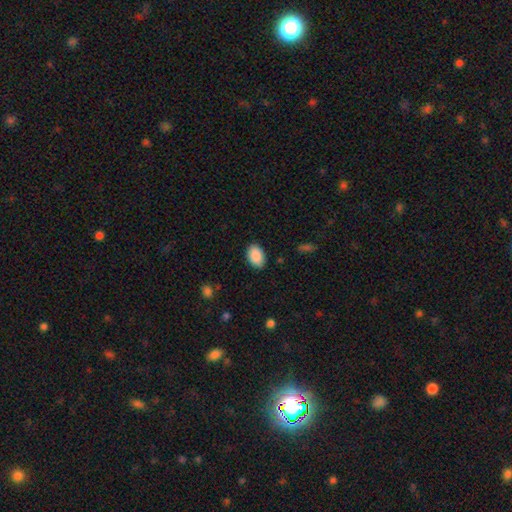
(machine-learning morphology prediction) A smooth galaxy with no disk features (90%) that is in between round and cigar-shaped (89%).

Vote fractions:
- Smooth or featured? smooth: 90% / star or artifact: 6% / featured or disk: 3%
- How rounded? in between: 89% / round: 10% / cigar-shaped: 1%
- Merging? none: 88% / minor disturbance: 9% / major disturbance: 2% / merger: 1%